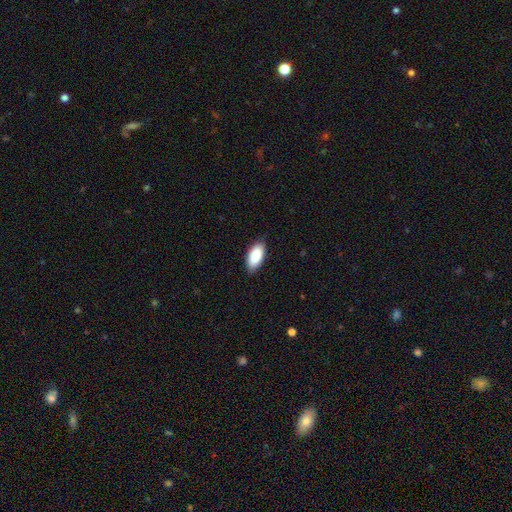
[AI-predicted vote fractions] This appears to be a smooth galaxy with no disk features (89%) that is in between round and cigar-shaped (93%). Merging: none (84%).